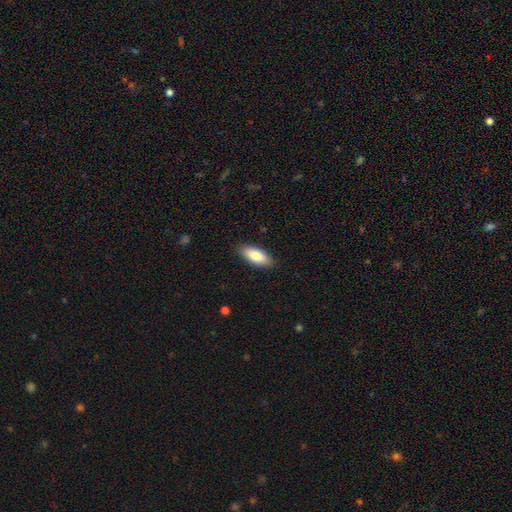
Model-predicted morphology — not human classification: smooth-or-featured: smooth: 84% | featured or disk: 10% | star or artifact: 6%
  how-rounded: in between: 84% | cigar-shaped: 14% | round: 2%
  merging: none: 88% | minor disturbance: 9% | major disturbance: 2% | merger: 1%